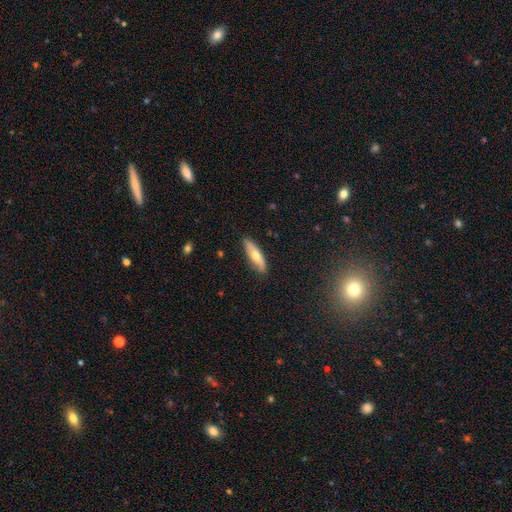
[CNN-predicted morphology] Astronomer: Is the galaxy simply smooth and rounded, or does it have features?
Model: smooth — 54% (runner-up: featured or disk, 40%).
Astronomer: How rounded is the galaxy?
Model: cigar-shaped — 60% (runner-up: in between, 38%).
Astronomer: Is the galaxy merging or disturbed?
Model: none — 85%.